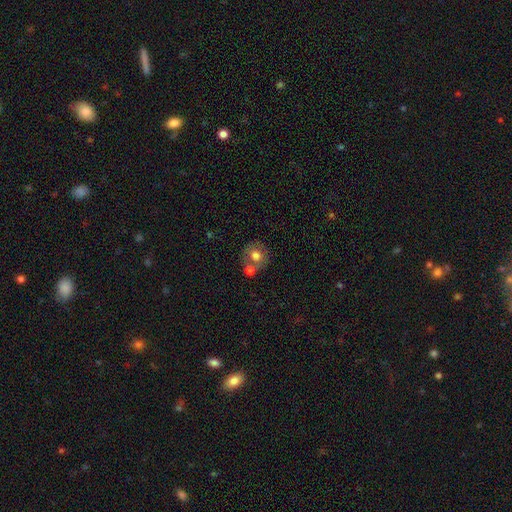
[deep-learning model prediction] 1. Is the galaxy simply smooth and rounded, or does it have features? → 69% smooth, 21% featured or disk, 9% star or artifact.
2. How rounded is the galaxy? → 84% round, 15% in between, 1% cigar-shaped.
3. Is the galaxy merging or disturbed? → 52% none, 34% merger, 11% minor disturbance, 4% major disturbance.